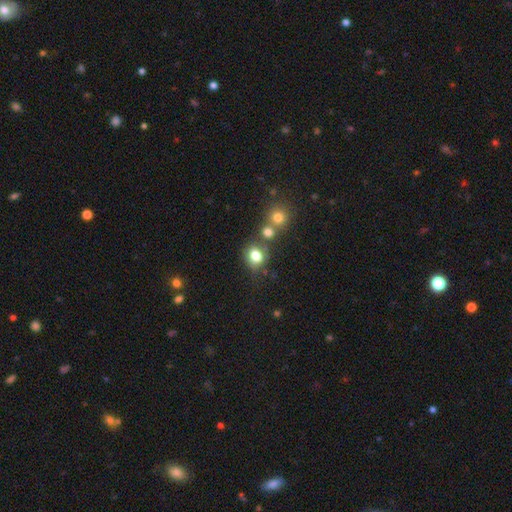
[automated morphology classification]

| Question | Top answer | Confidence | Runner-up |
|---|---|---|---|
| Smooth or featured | smooth | 78% | star or artifact (13%) |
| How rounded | round | 67% | in between (32%) |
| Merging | none | 60% | merger (22%) |